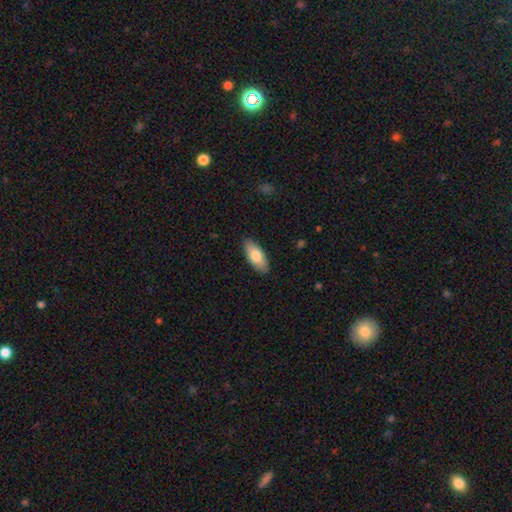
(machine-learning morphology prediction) Smooth or featured: smooth — 78% (featured or disk — 16%)
How rounded: in between — 86% (cigar-shaped — 12%)
Merging: none — 89% (minor disturbance — 9%)